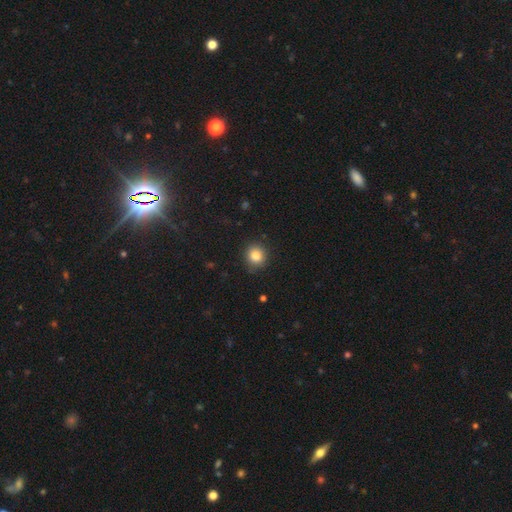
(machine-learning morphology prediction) A smooth galaxy with no disk features (83%) that is round (88%).

Vote fractions:
- Smooth or featured? smooth: 83% / star or artifact: 11% / featured or disk: 6%
- How rounded? round: 88% / in between: 11% / cigar-shaped: 1%
- Merging? none: 88% / minor disturbance: 9% / major disturbance: 2% / merger: 1%